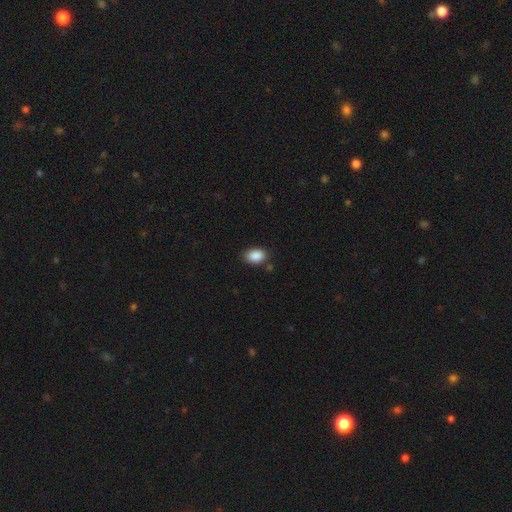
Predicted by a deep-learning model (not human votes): Smooth or featured? Predicted: smooth (p=0.89). How rounded? Predicted: in between (p=0.80). Merging? Predicted: none (p=0.81).